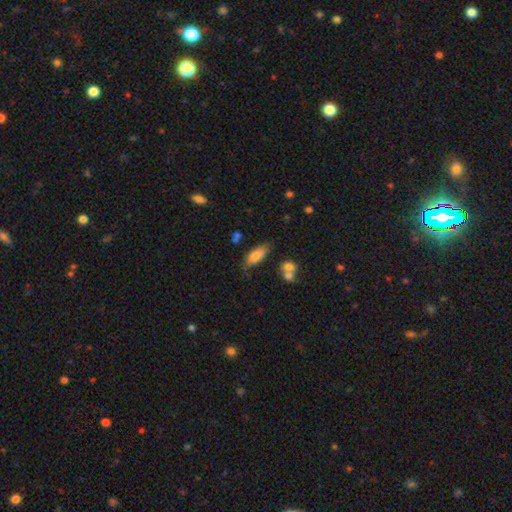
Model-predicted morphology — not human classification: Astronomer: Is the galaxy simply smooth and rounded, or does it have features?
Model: smooth — 75%.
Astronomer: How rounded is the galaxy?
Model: in between — 80%.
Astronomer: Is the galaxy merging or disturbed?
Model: none — 60%.